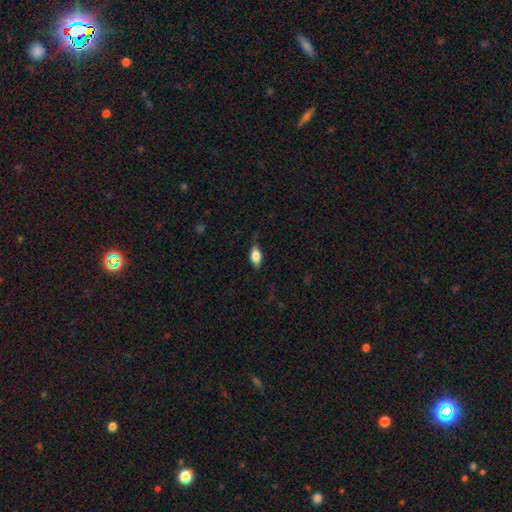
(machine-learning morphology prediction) A smooth galaxy with no disk features (78%) that is in between round and cigar-shaped (88%). Merging: none (79%).